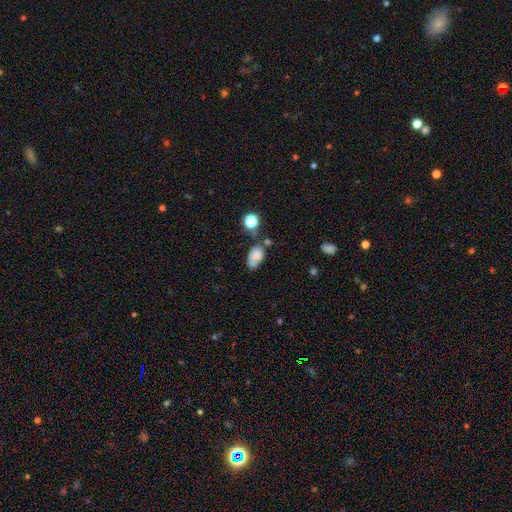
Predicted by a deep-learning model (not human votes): Smooth or featured: smooth — 73% (featured or disk — 16%)
How rounded: in between — 84% (round — 14%)
Merging: none — 38% (merger — 26%)